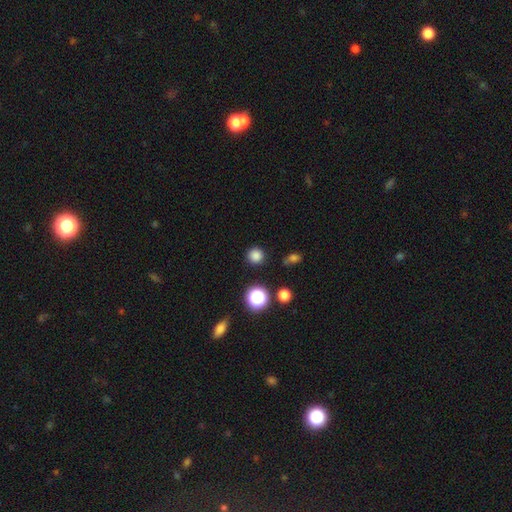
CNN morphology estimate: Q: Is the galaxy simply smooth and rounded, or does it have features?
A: smooth — 81%.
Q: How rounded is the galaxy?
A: round — 94%.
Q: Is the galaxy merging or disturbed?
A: none — 89%.